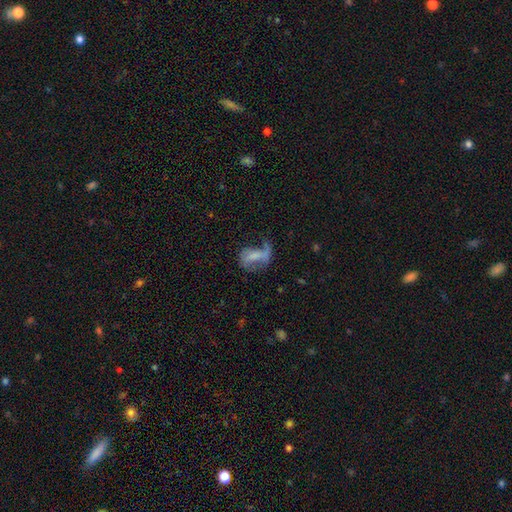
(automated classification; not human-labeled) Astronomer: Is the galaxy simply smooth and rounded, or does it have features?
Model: featured or disk — 57% (runner-up: smooth, 32%).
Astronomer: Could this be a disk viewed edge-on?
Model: no — 95%.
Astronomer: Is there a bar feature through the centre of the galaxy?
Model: no — 36%, tied with weak at 36%.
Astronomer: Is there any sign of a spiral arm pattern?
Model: yes — 67%.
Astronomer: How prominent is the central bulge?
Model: none — 49% (runner-up: small, 30%).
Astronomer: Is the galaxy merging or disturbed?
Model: major disturbance — 44% (runner-up: none, 30%).